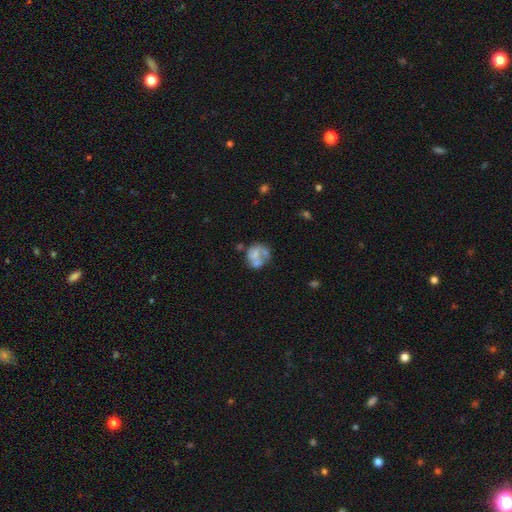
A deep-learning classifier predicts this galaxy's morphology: Q: Smooth or featured?
A: featured or disk (52%); runner-up: smooth (39%)
Q: Edge-on disk?
A: no (98%); runner-up: yes (2%)
Q: Bar?
A: no (87%); runner-up: weak (11%)
Q: Spiral arms?
A: no (79%); runner-up: yes (21%)
Q: Bulge size?
A: none (53%); runner-up: small (21%)
Q: Merging?
A: none (36%); runner-up: merger (22%)